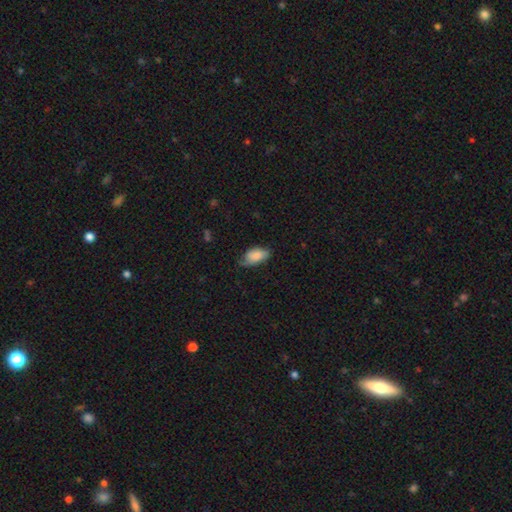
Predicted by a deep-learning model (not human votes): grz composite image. It shows a smooth galaxy with no disk features (77%) that is in between round and cigar-shaped (93%). Merging: none (49%).